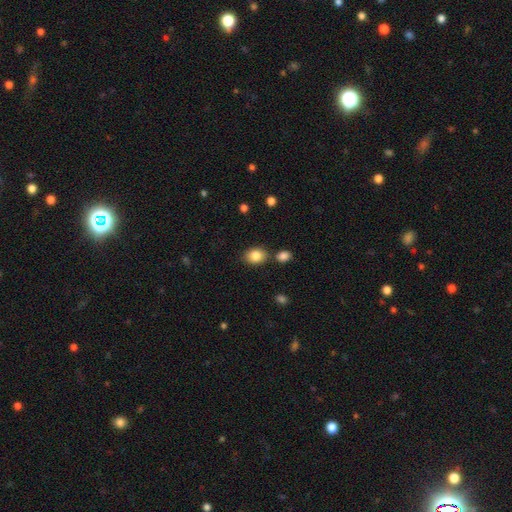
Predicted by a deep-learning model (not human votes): Smooth or featured?
  - smooth: 85% *
  - star or artifact: 8%
  - featured or disk: 6%
How rounded?
  - in between: 65% *
  - round: 34%
  - cigar-shaped: 1%
Merging?
  - none: 75% *
  - minor disturbance: 11%
  - merger: 11%
  - major disturbance: 3%